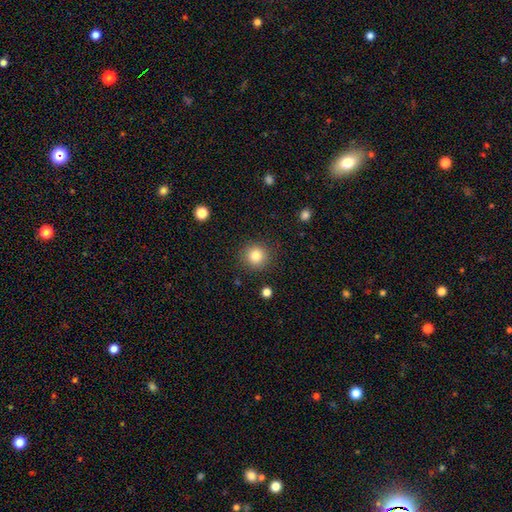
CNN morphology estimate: smooth 82%, star or artifact 11%, featured or disk 7%. Down the decision tree: how rounded — round (93%); merging — none (89%).